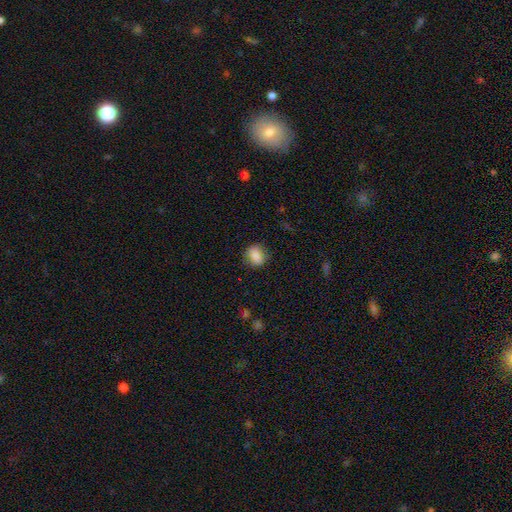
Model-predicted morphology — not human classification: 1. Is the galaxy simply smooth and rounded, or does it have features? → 85% smooth, 8% star or artifact, 6% featured or disk.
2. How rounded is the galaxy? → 52% in between, 46% round, 2% cigar-shaped.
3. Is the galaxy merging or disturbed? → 76% none, 18% minor disturbance, 5% major disturbance, 1% merger.